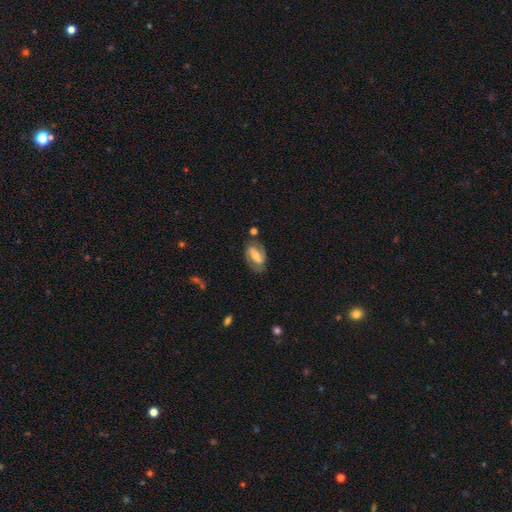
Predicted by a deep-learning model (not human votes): A featured or disk galaxy (80%) with a strong bar (54%), 2 (88%) medium (47%) spiral arms (90%) and a moderate central bulge (51%). Merging: none (77%).